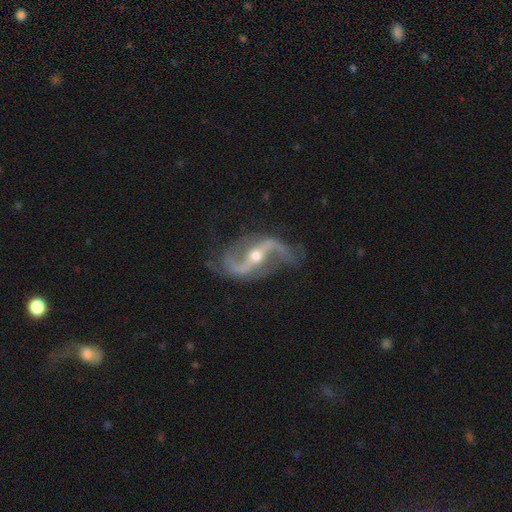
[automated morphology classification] smooth-or-featured: featured or disk: 92% | star or artifact: 5% | smooth: 3%
  disk-edge-on: no: 96% | yes: 4%
    bar: strong: 41% | weak: 35% | no: 25%
    has-spiral-arms: yes: 97% | no: 3%
      spiral-winding: loose: 69% | medium: 24% | tight: 7%
      spiral-arm-count: 2: 93% | can't tell: 2% | 1: 1% | 3: 1% | 4: 1% | more than 4: 1%
    bulge-size: moderate: 58% | small: 37% | large: 2% | none: 1% | dominant: 1%
  merging: none: 74% | minor disturbance: 16% | major disturbance: 8% | merger: 2%